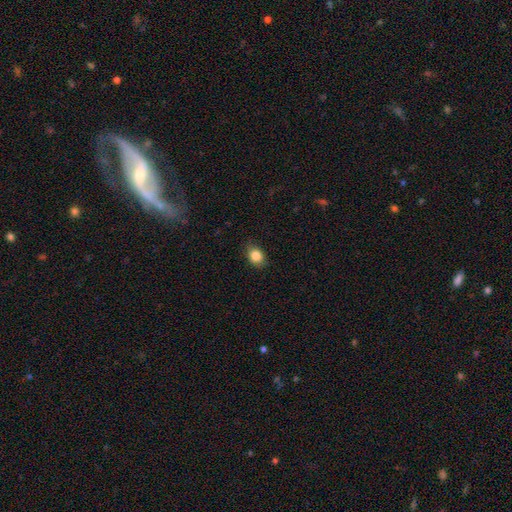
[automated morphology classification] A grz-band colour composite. It shows a smooth galaxy with no disk features (85%) that is in between round and cigar-shaped (56%). Merging: none (81%).